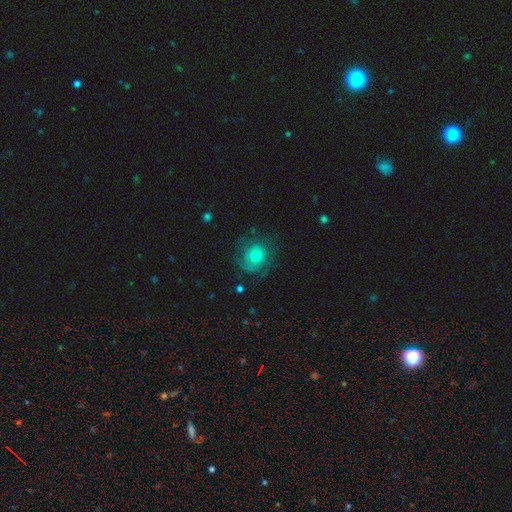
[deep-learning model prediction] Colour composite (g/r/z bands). It shows a smooth galaxy with no disk features (51%) that is round (78%). Merging: none (66%).